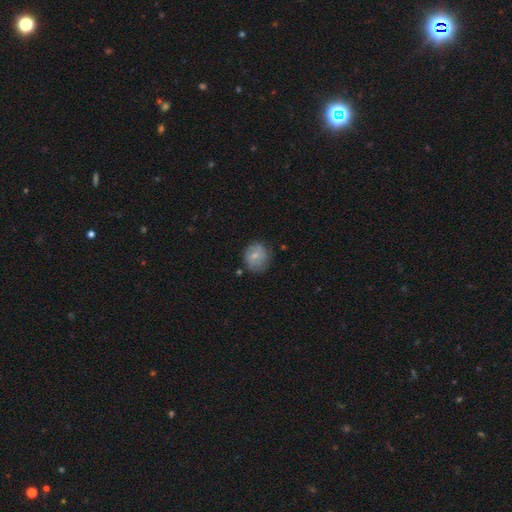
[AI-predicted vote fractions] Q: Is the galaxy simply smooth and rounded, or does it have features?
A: smooth — 60%.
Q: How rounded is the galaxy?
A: round — 75%.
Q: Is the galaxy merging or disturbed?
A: none — 68%.